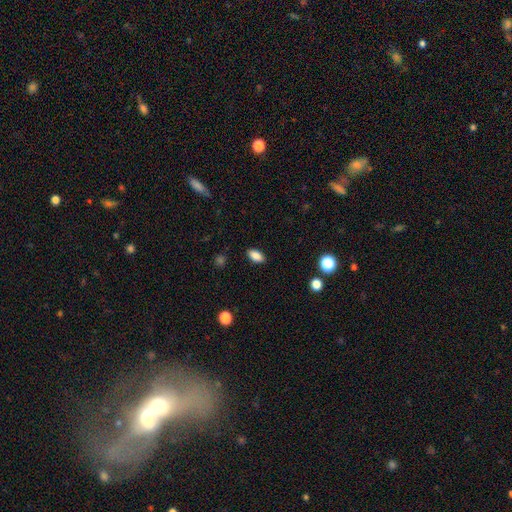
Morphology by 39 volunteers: Smooth or featured?
  - smooth: 77% *
  - featured or disk: 15%
  - star or artifact: 8%
How rounded?
  - in between: 97% *
  - cigar-shaped: 3%
  - round: 0%
Merging?
  - none: 94% *
  - minor disturbance: 3%
  - major disturbance: 3%
  - merger: 0%